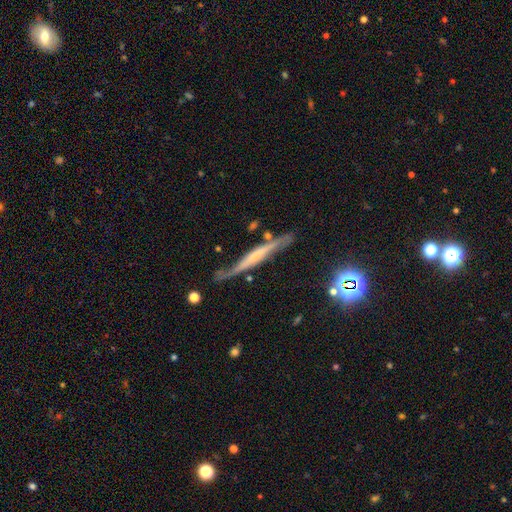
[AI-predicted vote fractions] Smooth or featured: featured or disk — 69% (smooth — 24%)
Edge-on disk: yes — 83% (no — 17%)
Edge-on bulge: none — 44% (rounded — 39%)
Merging: none — 60% (minor disturbance — 25%)